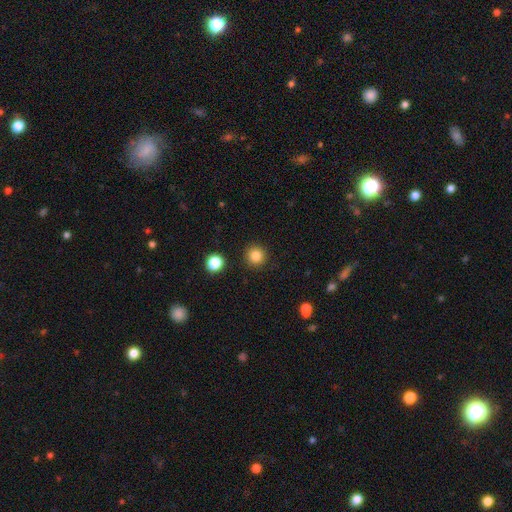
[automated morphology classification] Smooth or featured?
  - smooth: 84% *
  - star or artifact: 11%
  - featured or disk: 5%
How rounded?
  - round: 95% *
  - in between: 5%
  - cigar-shaped: 1%
Merging?
  - none: 91% *
  - minor disturbance: 5%
  - major disturbance: 2%
  - merger: 2%